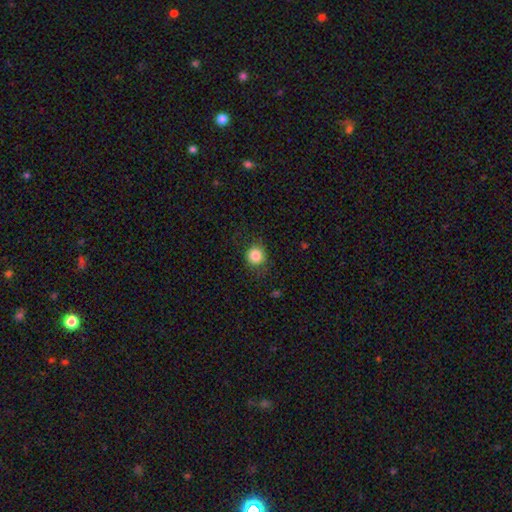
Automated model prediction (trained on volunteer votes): Q: Smooth or featured?
A: smooth (83%); runner-up: star or artifact (10%)
Q: How rounded?
A: round (91%); runner-up: in between (8%)
Q: Merging?
A: none (81%); runner-up: minor disturbance (13%)